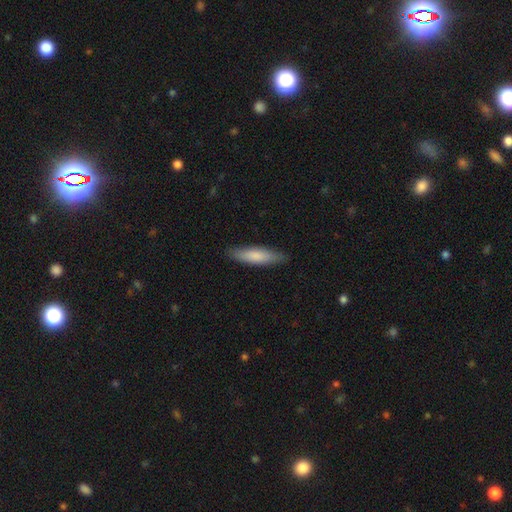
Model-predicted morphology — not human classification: Smooth or featured: smooth — 78% (featured or disk — 17%)
How rounded: cigar-shaped — 75% (in between — 24%)
Merging: none — 87% (minor disturbance — 10%)